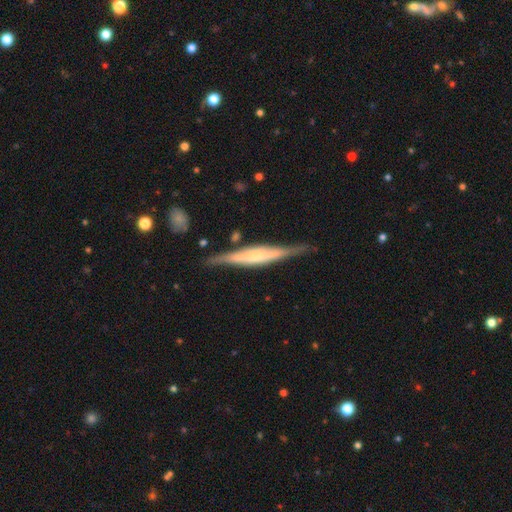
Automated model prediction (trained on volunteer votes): Smooth or featured: featured or disk — 73% (smooth — 21%)
Edge-on disk: yes — 96% (no — 4%)
Edge-on bulge: rounded — 47% (boxy — 36%)
Merging: none — 80% (minor disturbance — 14%)